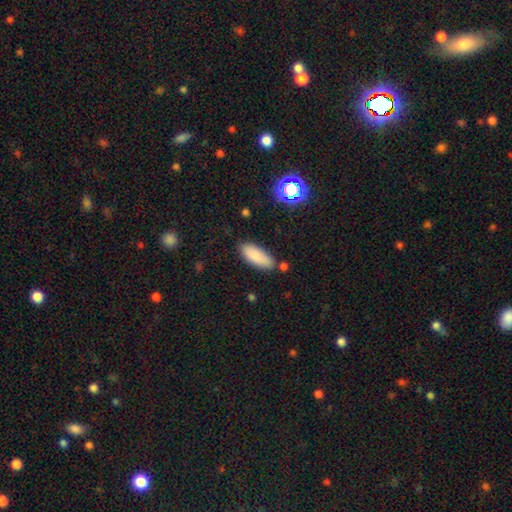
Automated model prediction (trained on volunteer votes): Smooth or featured: smooth — 87% (star or artifact — 7%)
How rounded: in between — 77% (cigar-shaped — 21%)
Merging: none — 79% (minor disturbance — 14%)